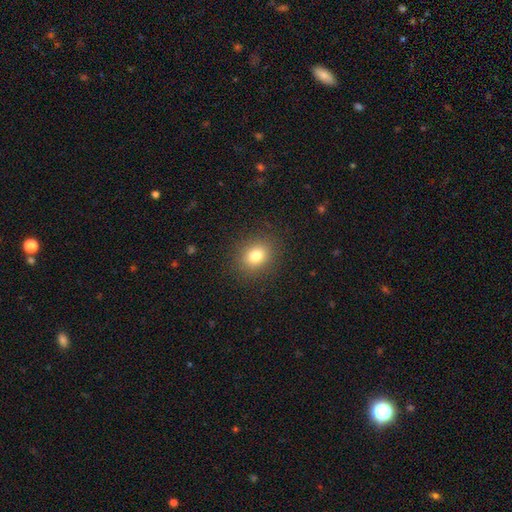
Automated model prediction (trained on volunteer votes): This appears to be a smooth galaxy with no disk features (80%) that is round (59%). Merging: none (88%).